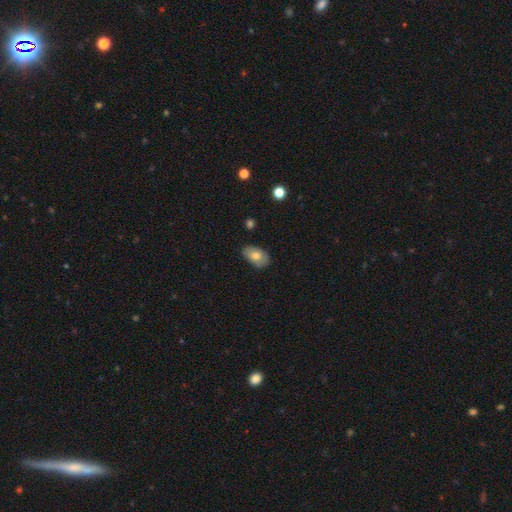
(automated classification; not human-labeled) smooth 73%, featured or disk 19%, star or artifact 7%. Down the decision tree: how rounded — in between (91%); merging — none (77%).